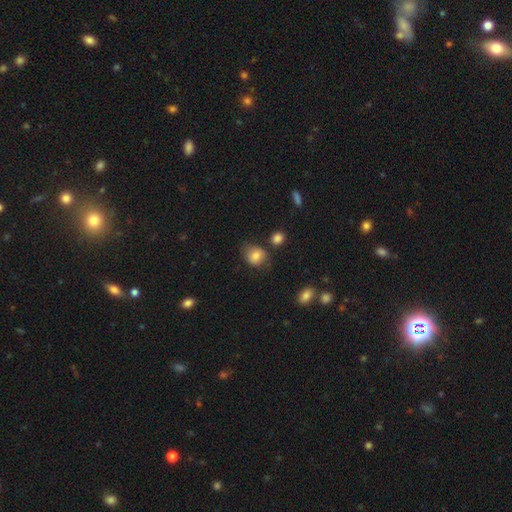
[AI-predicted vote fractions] smooth-or-featured: smooth: 79% | featured or disk: 11% | star or artifact: 10%
  how-rounded: round: 56% | in between: 43% | cigar-shaped: 1%
  merging: none: 62% | minor disturbance: 24% | major disturbance: 8% | merger: 6%